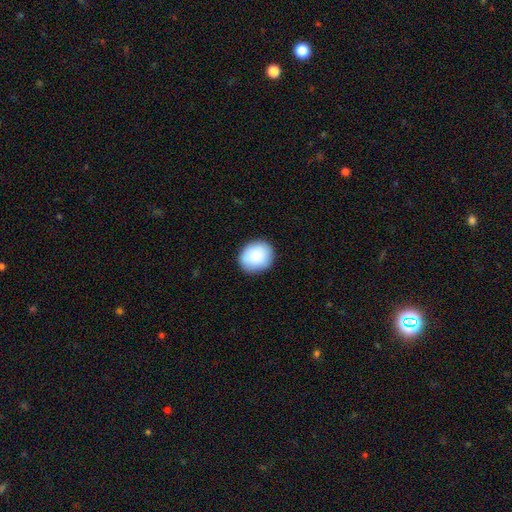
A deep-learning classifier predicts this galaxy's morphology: Overall: smooth (88%). How rounded: round (72%). Merging: none (88%).